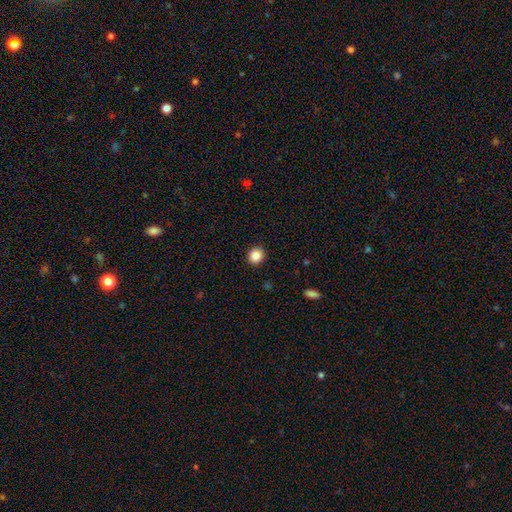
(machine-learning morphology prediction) This appears to be a smooth galaxy with no disk features (87%) that is round (84%). Merging: none (92%).